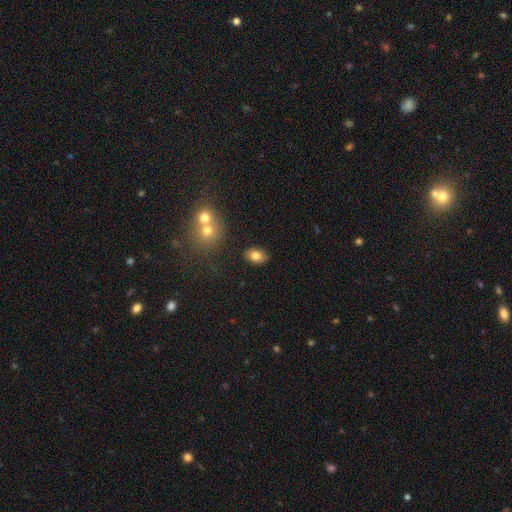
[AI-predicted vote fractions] Smooth or featured: smooth — 80% (featured or disk — 11%)
How rounded: in between — 84% (round — 15%)
Merging: none — 84% (minor disturbance — 9%)